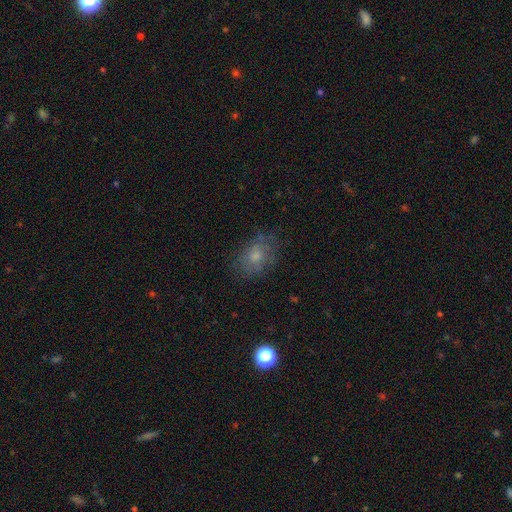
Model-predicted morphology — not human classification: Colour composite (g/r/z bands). It shows a smooth galaxy with no disk features (66%) that is in between round and cigar-shaped (67%). Merging: none (69%).